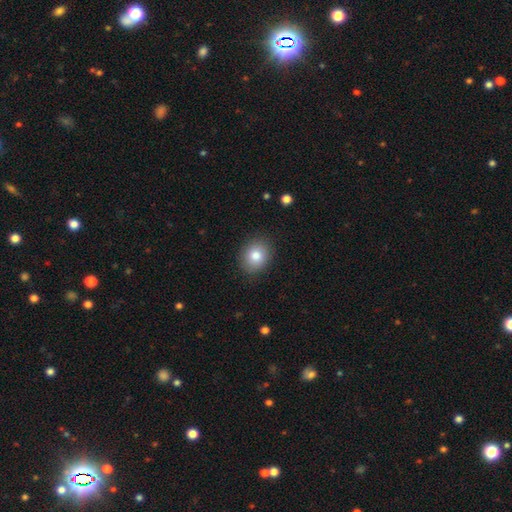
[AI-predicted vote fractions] This appears to be a smooth galaxy with no disk features (82%) that is round (58%). Merging: none (87%).